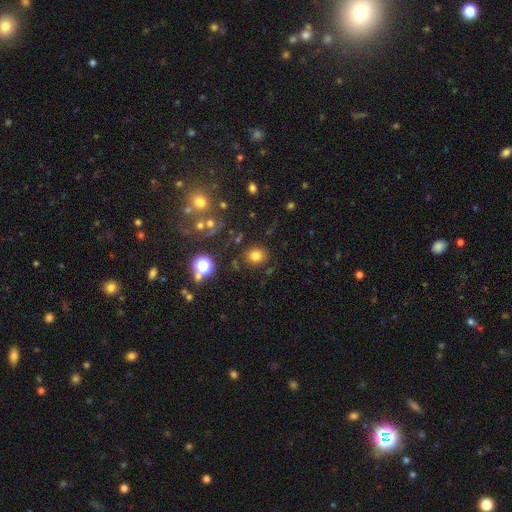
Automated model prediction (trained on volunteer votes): smooth-or-featured: smooth: 76% | star or artifact: 16% | featured or disk: 8%
  how-rounded: round: 77% | in between: 22% | cigar-shaped: 1%
  merging: none: 84% | minor disturbance: 9% | merger: 3% | major disturbance: 3%